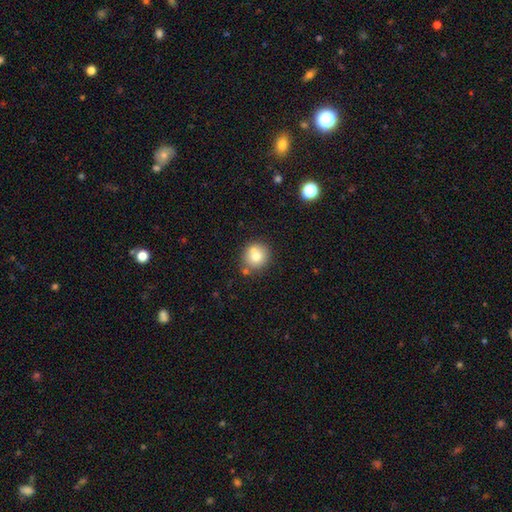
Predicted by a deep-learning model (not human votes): smooth 75%, featured or disk 15%, star or artifact 10%. Down the decision tree: how rounded — round (91%); merging — none (67%).